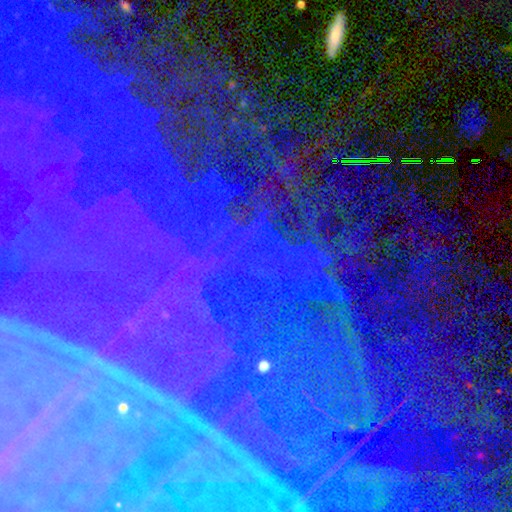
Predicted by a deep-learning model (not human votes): A star or artifact, not a galaxy (84%).